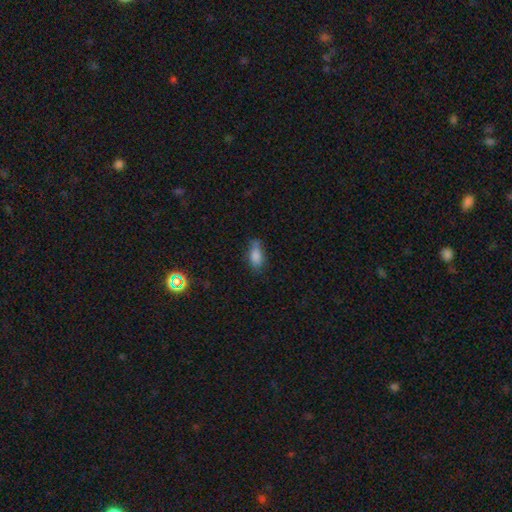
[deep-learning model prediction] Q: Smooth or featured?
A: smooth (80%); runner-up: featured or disk (10%)
Q: How rounded?
A: in between (84%); runner-up: cigar-shaped (12%)
Q: Merging?
A: none (64%); runner-up: minor disturbance (27%)